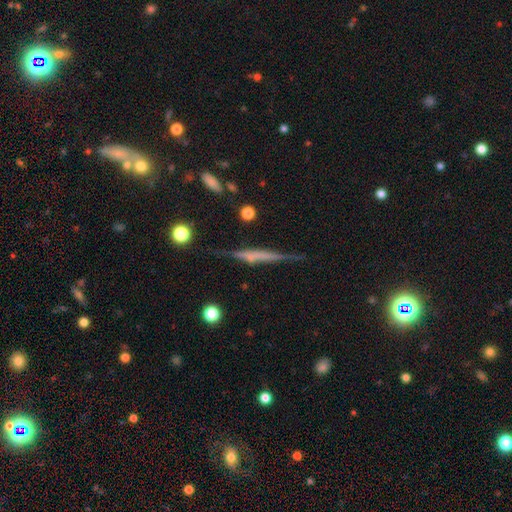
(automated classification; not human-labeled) Smooth or featured: featured or disk — 68% (smooth — 25%)
Edge-on disk: yes — 96% (no — 4%)
Edge-on bulge: none — 50% (rounded — 28%)
Merging: none — 78% (minor disturbance — 16%)